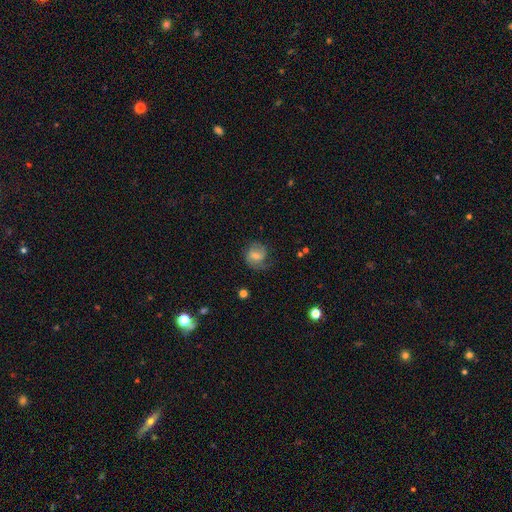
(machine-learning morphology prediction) This is possibly a smooth galaxy (51%). How rounded: likely round (71%). Merging: possibly none (59%).